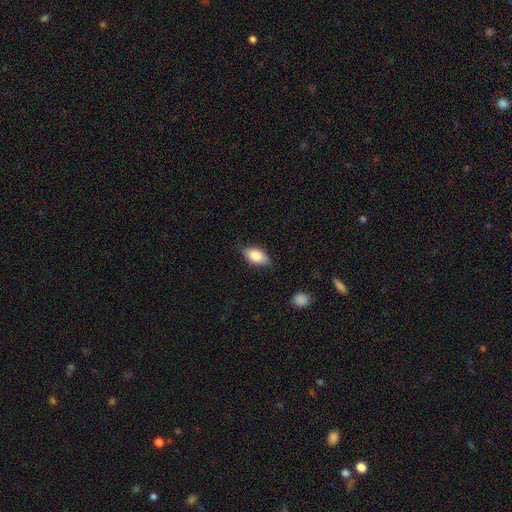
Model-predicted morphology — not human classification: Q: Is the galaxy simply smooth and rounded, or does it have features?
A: smooth — 82%.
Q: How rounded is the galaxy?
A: in between — 90%.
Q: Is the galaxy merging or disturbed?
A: none — 78%.